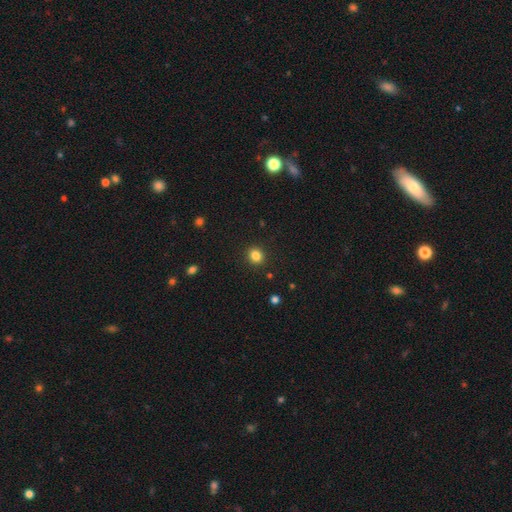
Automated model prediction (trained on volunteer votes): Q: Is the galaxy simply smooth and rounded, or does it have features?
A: smooth — 84%.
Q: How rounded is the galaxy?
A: round — 74%.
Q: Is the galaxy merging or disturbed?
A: none — 90%.